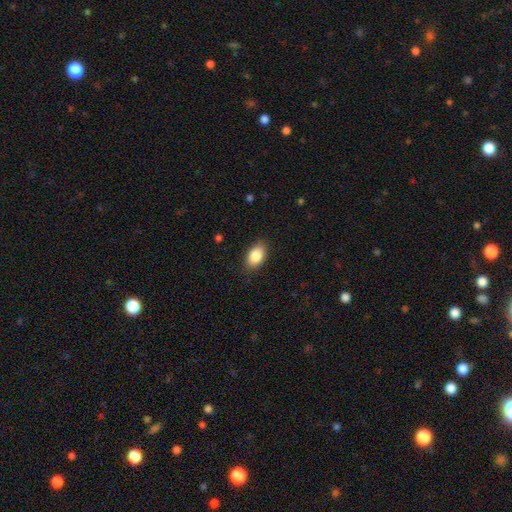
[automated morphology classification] Smooth or featured? smooth (87%)
How rounded? in between (90%)
Merging? none (85%)